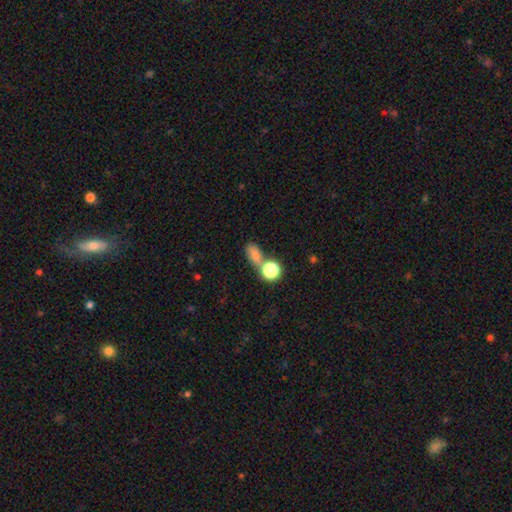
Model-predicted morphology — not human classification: Overall: smooth (53%; star or artifact 30%). How rounded: round (54%; in between 37%). Merging: none (54%; merger 28%).